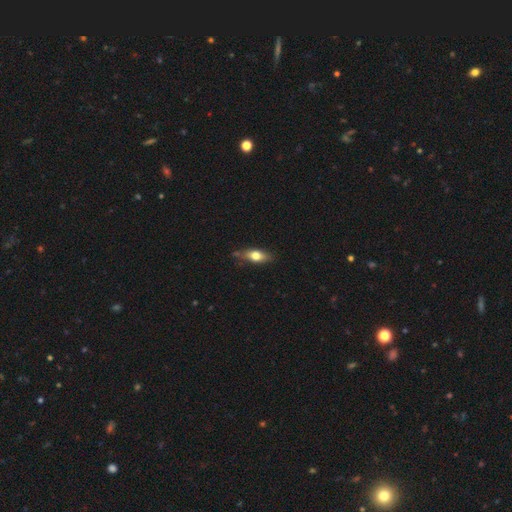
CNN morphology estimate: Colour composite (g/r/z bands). It shows a smooth galaxy with no disk features (64%) that is in between round and cigar-shaped (68%). Merging: none (71%).